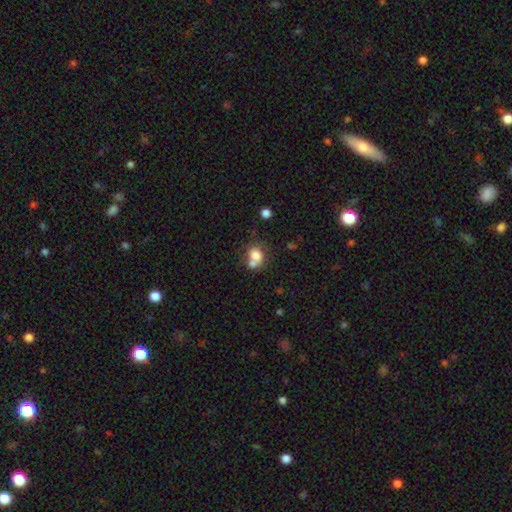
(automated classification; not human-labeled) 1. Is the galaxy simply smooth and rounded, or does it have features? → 74% smooth, 15% featured or disk, 11% star or artifact.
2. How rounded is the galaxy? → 58% round, 41% in between, 1% cigar-shaped.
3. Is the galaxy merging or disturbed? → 45% merger, 37% none, 12% minor disturbance, 6% major disturbance.